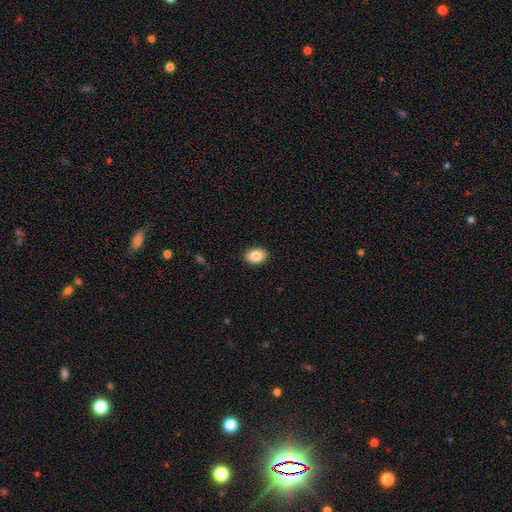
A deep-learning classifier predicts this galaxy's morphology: This is clearly a smooth galaxy (84%). How rounded: clearly in between (81%). Merging: clearly none (90%).